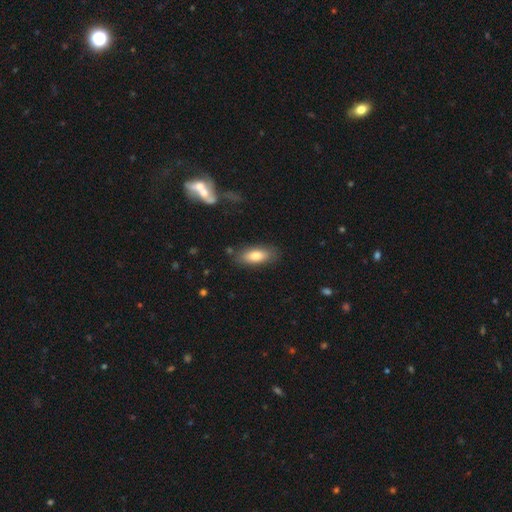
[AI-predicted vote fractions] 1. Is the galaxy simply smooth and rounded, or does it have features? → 79% smooth, 14% featured or disk, 7% star or artifact.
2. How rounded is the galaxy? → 78% in between, 20% cigar-shaped, 3% round.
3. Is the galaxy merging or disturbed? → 82% none, 13% minor disturbance, 3% major disturbance, 3% merger.